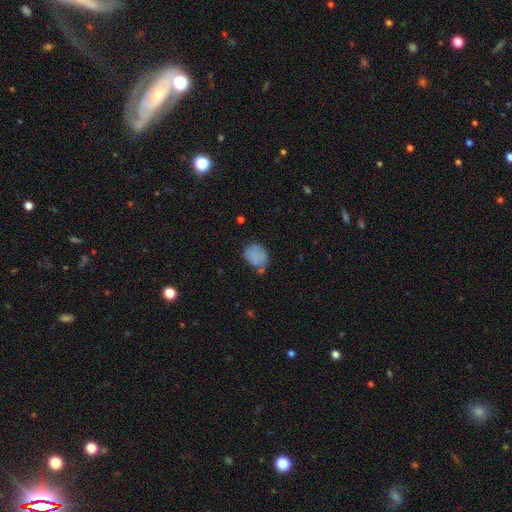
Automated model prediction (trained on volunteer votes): This appears to be a smooth galaxy with no disk features (78%) that is in between round and cigar-shaped (53%). Merging: none (46%).